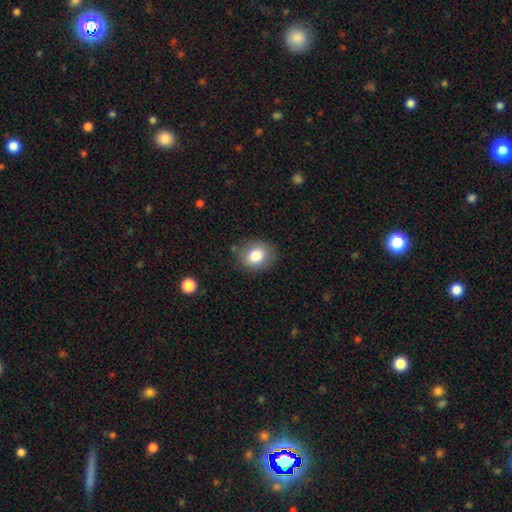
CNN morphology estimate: This is clearly a smooth galaxy (81%). How rounded: possibly round (58%). Merging: clearly none (82%).